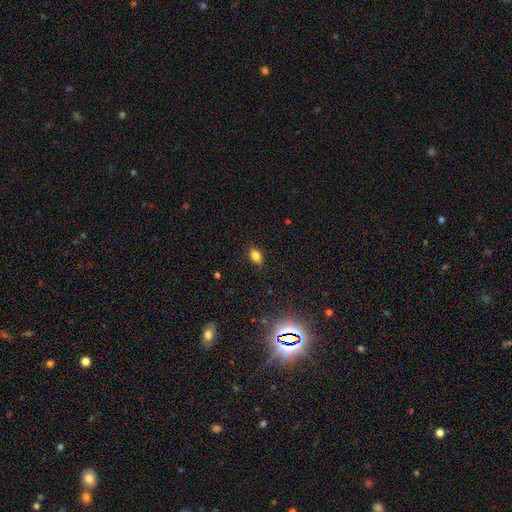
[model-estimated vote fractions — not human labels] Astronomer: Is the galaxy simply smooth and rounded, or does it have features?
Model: smooth — 81%.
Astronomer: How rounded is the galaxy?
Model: in between — 84%.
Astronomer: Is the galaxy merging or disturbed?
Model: none — 85%.